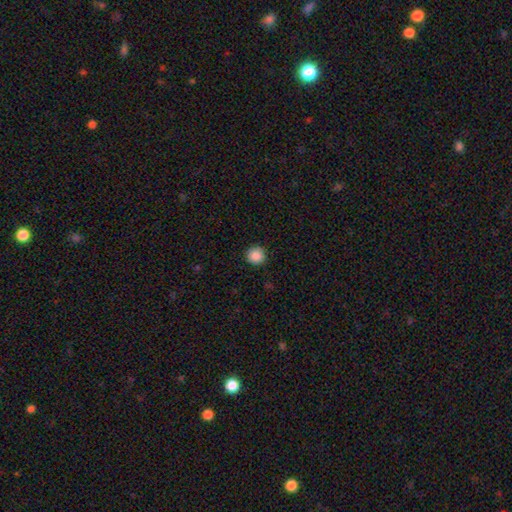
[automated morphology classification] Smooth or featured? smooth (88%)
How rounded? round (95%)
Merging? none (92%)